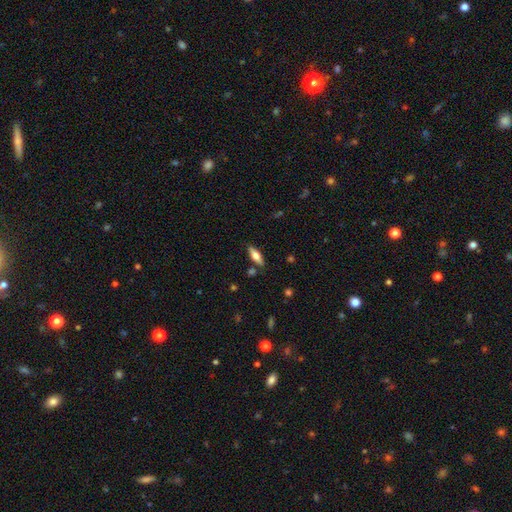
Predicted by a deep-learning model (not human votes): A smooth galaxy with no disk features (60%) that is in between round and cigar-shaped (57%). Merging: none (83%).